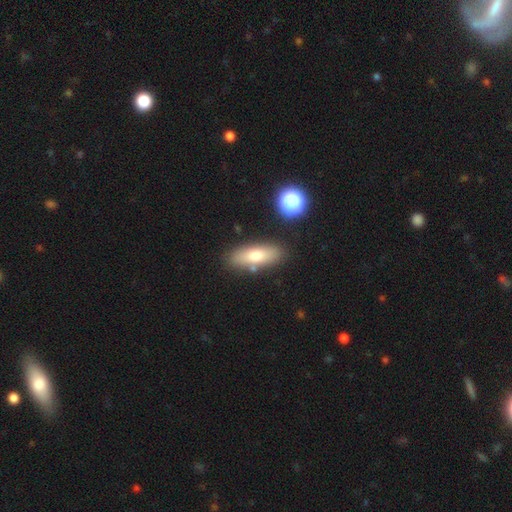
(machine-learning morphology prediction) This is likely a smooth galaxy (69%). How rounded: likely in between (61%). Merging: clearly none (82%).